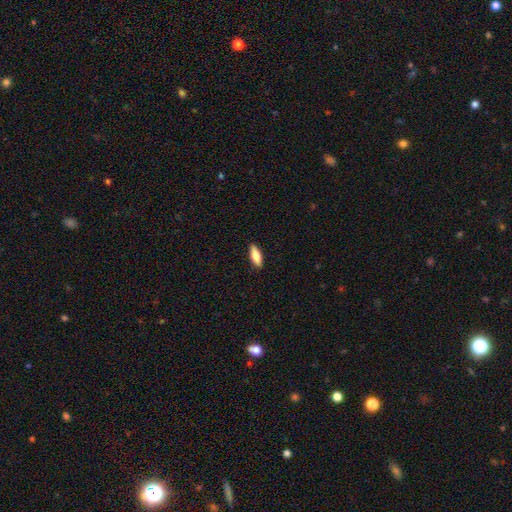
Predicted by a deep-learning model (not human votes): A smooth galaxy with no disk features (76%) that is in between round and cigar-shaped (66%). Merging: none (90%).